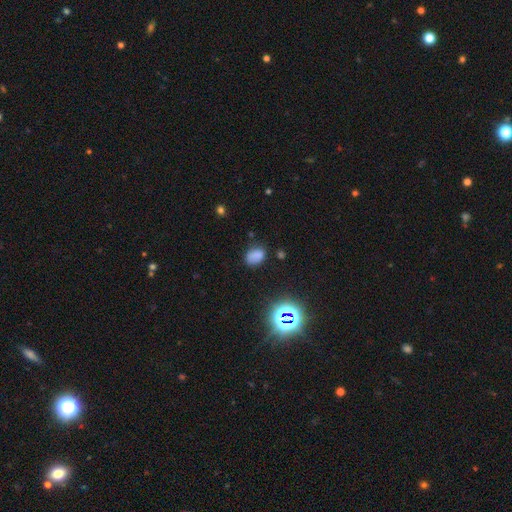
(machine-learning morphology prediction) smooth-or-featured: smooth: 73% | star or artifact: 20% | featured or disk: 8%
  how-rounded: in between: 80% | round: 19% | cigar-shaped: 1%
  merging: none: 69% | minor disturbance: 21% | major disturbance: 6% | merger: 4%